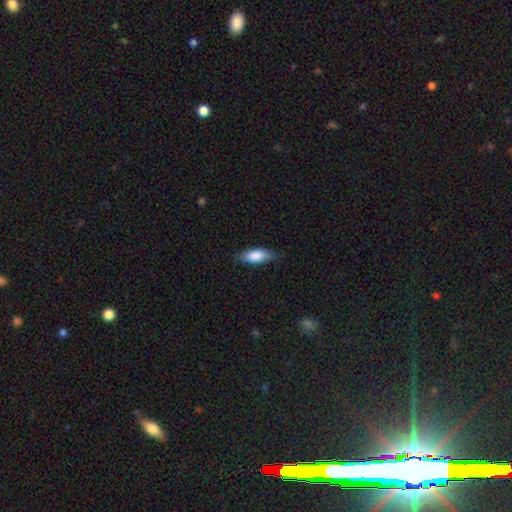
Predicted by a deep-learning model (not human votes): This is clearly a smooth galaxy (82%). How rounded: likely in between (72%). Merging: likely none (80%).